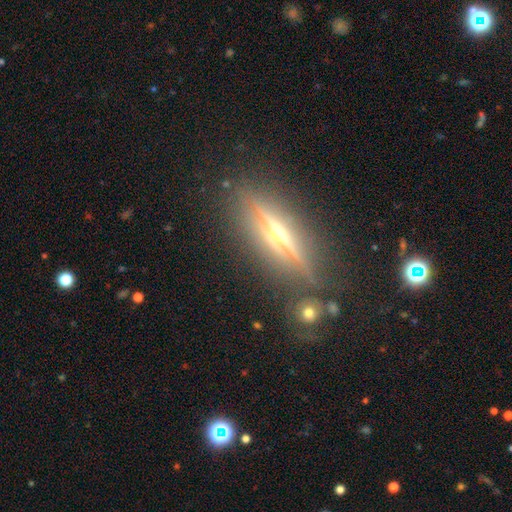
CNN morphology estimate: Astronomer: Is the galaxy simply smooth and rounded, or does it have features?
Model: featured or disk — 49% (runner-up: smooth, 37%).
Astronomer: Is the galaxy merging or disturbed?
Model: none — 81%.